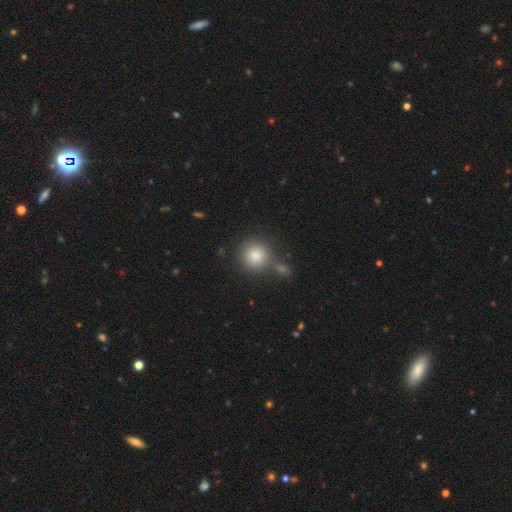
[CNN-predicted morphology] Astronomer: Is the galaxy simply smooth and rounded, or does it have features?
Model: smooth — 84%.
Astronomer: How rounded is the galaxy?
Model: round — 93%.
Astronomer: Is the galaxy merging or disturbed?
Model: none — 66%.